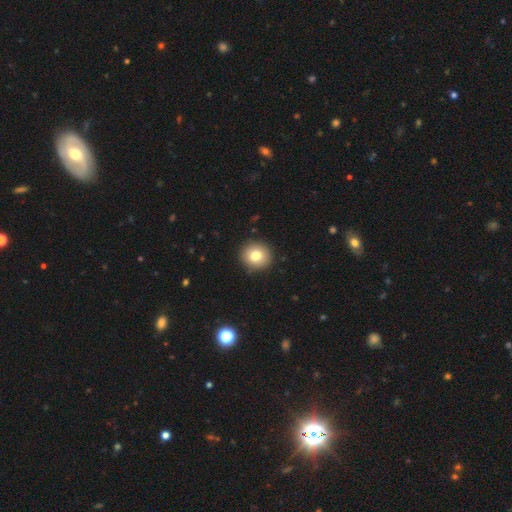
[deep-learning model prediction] Smooth or featured: smooth — 79% (featured or disk — 11%)
How rounded: round — 91% (in between — 8%)
Merging: none — 91% (minor disturbance — 6%)